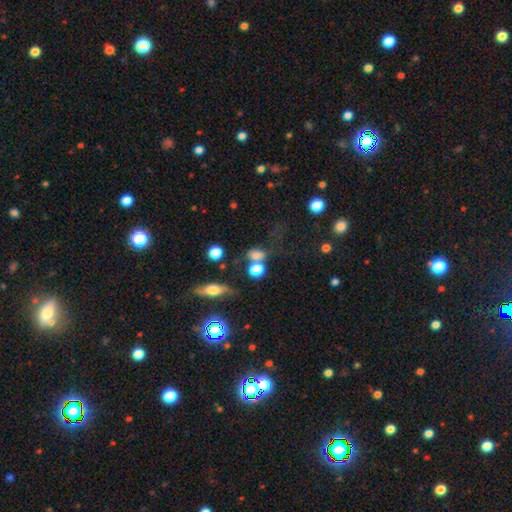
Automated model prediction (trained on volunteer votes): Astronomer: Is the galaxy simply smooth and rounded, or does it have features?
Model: smooth — 67%.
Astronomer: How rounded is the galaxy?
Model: in between — 51% (runner-up: round, 45%).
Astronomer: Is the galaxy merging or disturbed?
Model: none — 41% (runner-up: merger, 30%).